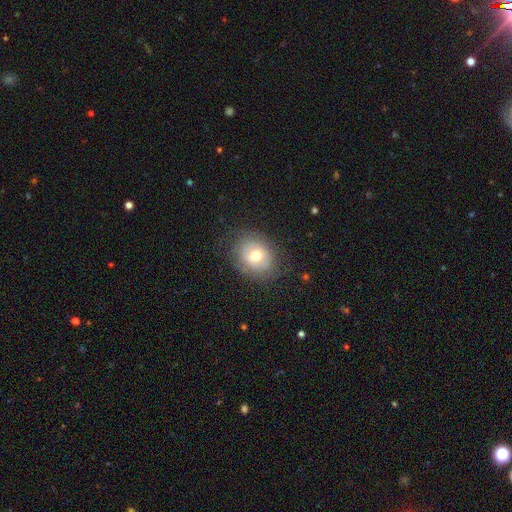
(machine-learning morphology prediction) This appears to be a smooth galaxy with no disk features (63%) that is round (51%). Merging: none (75%).